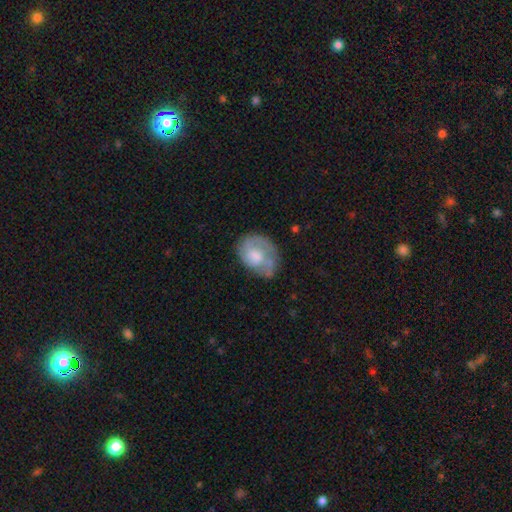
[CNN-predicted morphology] Smooth or featured?
  - featured or disk: 53% *
  - smooth: 41%
  - star or artifact: 7%
Edge-on disk?
  - no: 97% *
  - yes: 3%
Bar?
  - no: 65% *
  - weak: 31%
  - strong: 4%
Spiral arms?
  - yes: 70% *
  - no: 30%
Bulge size?
  - moderate: 44% *
  - small: 26%
  - none: 15%
  - large: 13%
  - dominant: 2%
Merging?
  - none: 49% *
  - minor disturbance: 29%
  - major disturbance: 18%
  - merger: 4%